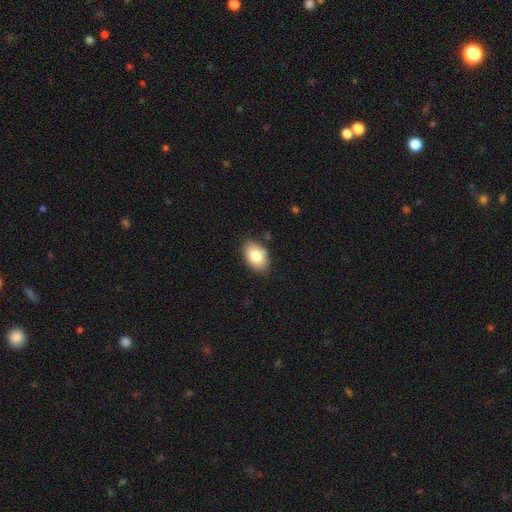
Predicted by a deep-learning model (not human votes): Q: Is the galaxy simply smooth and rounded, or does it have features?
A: smooth — 82%.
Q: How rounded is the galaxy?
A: in between — 88%.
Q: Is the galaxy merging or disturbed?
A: none — 84%.